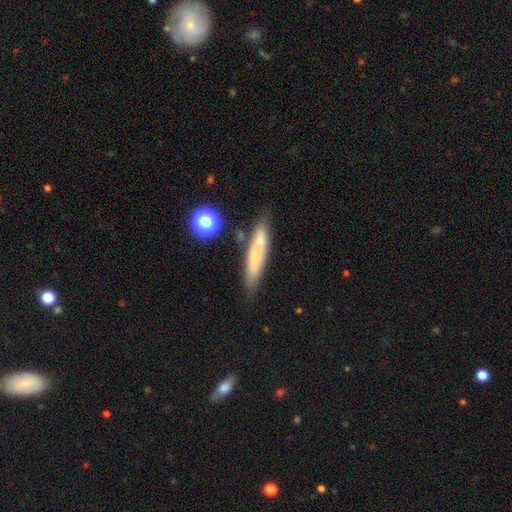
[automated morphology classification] smooth_or_featured: smooth (p=0.63) [alt: featured or disk p=0.27]
how_rounded: cigar-shaped (p=0.84) [alt: in between p=0.13]
merging: none (p=0.70) [alt: minor disturbance p=0.16]